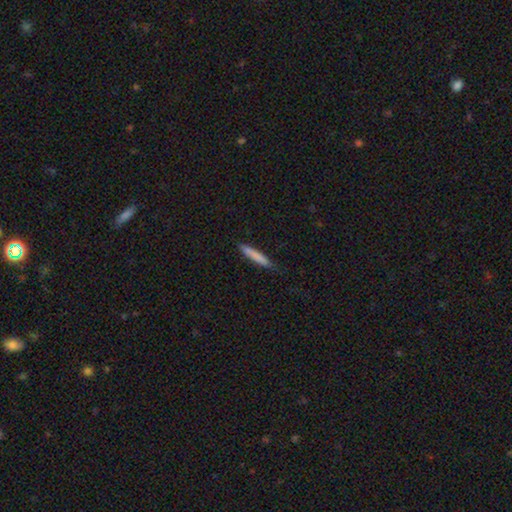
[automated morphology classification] Q: Smooth or featured?
A: smooth (80%); runner-up: featured or disk (14%)
Q: How rounded?
A: cigar-shaped (93%); runner-up: in between (5%)
Q: Merging?
A: none (83%); runner-up: minor disturbance (14%)